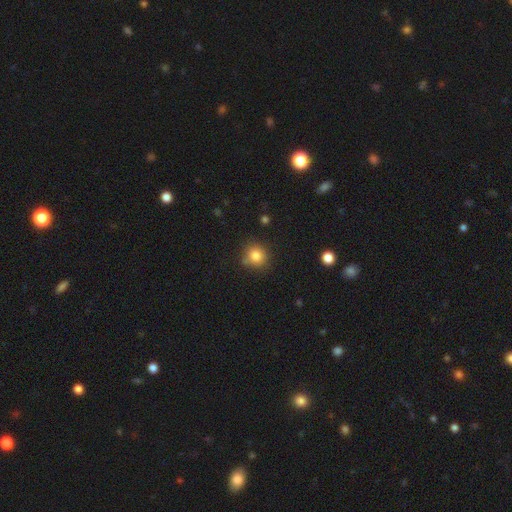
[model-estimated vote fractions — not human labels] Smooth or featured?
  - smooth: 82% *
  - star or artifact: 11%
  - featured or disk: 6%
How rounded?
  - round: 89% *
  - in between: 10%
  - cigar-shaped: 1%
Merging?
  - none: 80% *
  - minor disturbance: 12%
  - merger: 5%
  - major disturbance: 3%